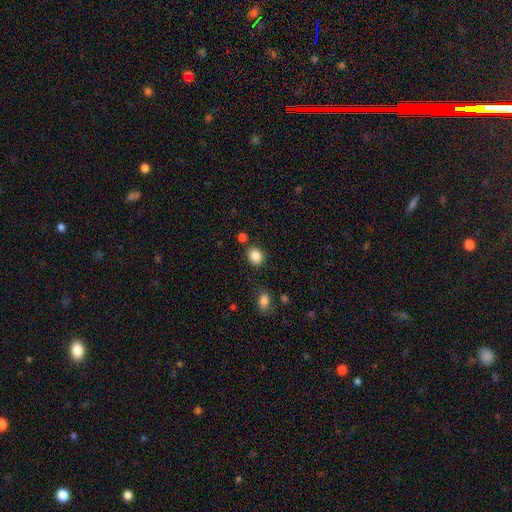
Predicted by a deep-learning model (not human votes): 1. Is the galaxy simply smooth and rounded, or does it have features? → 85% smooth, 10% star or artifact, 5% featured or disk.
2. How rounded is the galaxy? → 56% round, 43% in between, 1% cigar-shaped.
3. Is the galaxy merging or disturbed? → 81% none, 10% minor disturbance, 5% merger, 3% major disturbance.